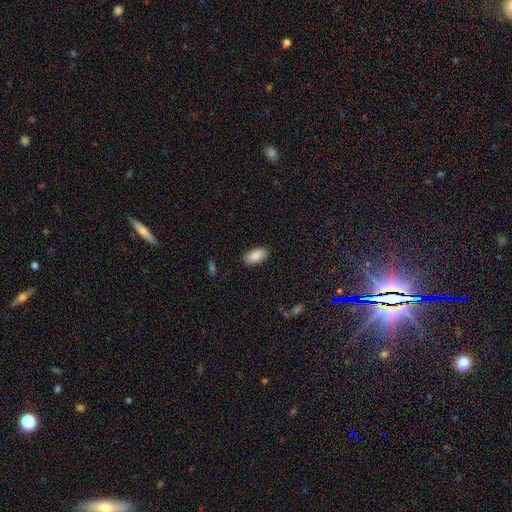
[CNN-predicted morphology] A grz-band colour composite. It shows a smooth galaxy with no disk features (86%) that is in between round and cigar-shaped (92%). Merging: none (86%).